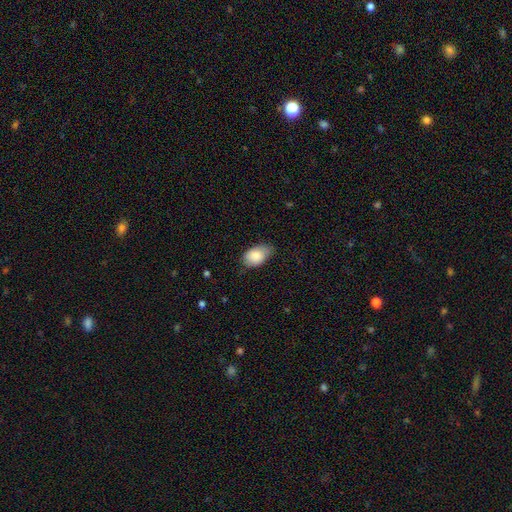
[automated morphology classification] A smooth galaxy with no disk features (83%) that is in between round and cigar-shaped (91%).

Vote fractions:
- Smooth or featured? smooth: 83% / featured or disk: 11% / star or artifact: 7%
- How rounded? in between: 91% / round: 7% / cigar-shaped: 1%
- Merging? none: 63% / minor disturbance: 31% / major disturbance: 5% / merger: 1%